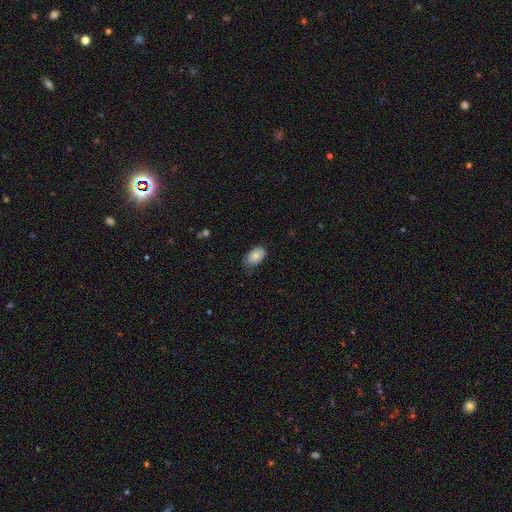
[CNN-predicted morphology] type=smooth (81%); roundness=in between (92%); merging=none (64%).